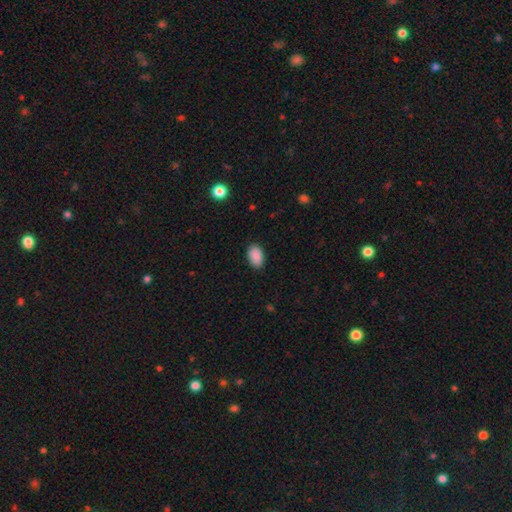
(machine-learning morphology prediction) This appears to be a smooth galaxy with no disk features (90%) that is in between round and cigar-shaped (91%). Merging: none (87%).